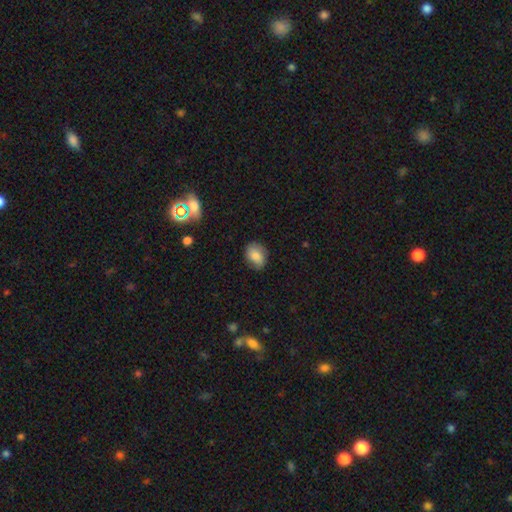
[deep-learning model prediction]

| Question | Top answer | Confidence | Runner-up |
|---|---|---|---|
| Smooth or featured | smooth | 81% | featured or disk (11%) |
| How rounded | in between | 67% | round (32%) |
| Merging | none | 76% | minor disturbance (19%) |